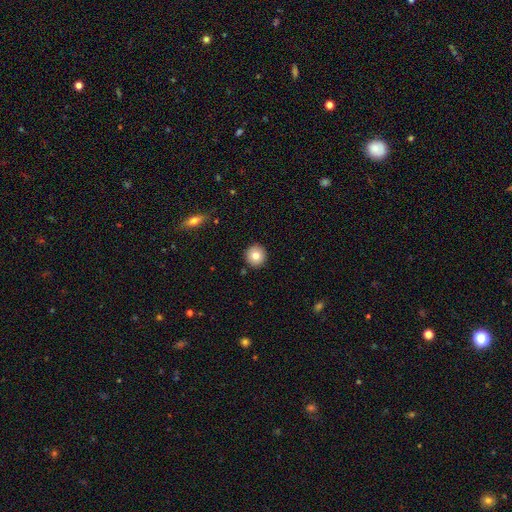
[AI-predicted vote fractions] A smooth galaxy with no disk features (80%) that is round (94%).

Vote fractions:
- Smooth or featured? smooth: 80% / featured or disk: 11% / star or artifact: 9%
- How rounded? round: 94% / in between: 5% / cigar-shaped: 1%
- Merging? none: 92% / minor disturbance: 5% / merger: 2% / major disturbance: 2%